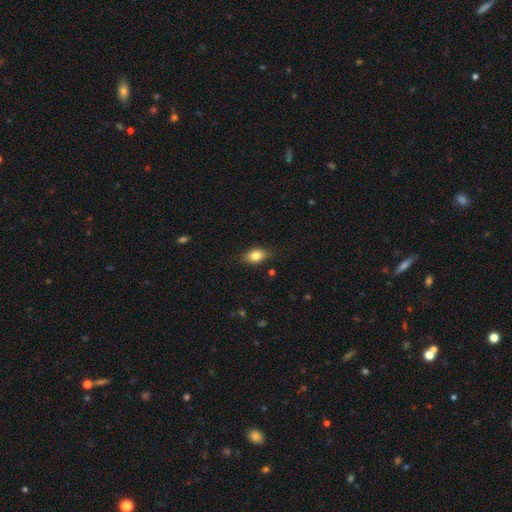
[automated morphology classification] Smooth or featured? Predicted: smooth (p=0.81). How rounded? Predicted: in between (p=0.84). Merging? Predicted: none (p=0.81).